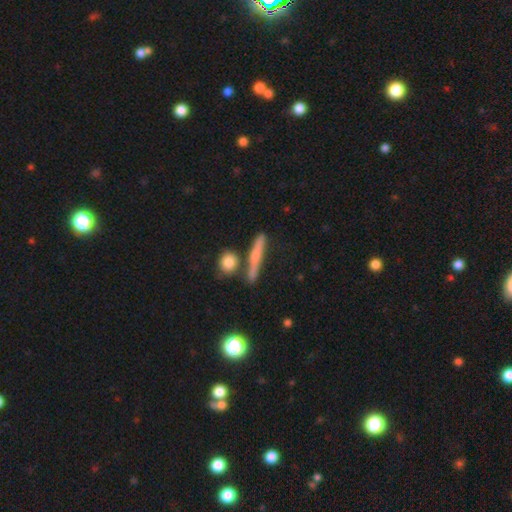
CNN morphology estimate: A smooth galaxy with no disk features (57%) that is cigar-shaped (82%).

Vote fractions:
- Smooth or featured? smooth: 57% / featured or disk: 33% / star or artifact: 10%
- How rounded? cigar-shaped: 82% / in between: 9% / round: 9%
- Merging? none: 74% / minor disturbance: 12% / merger: 10% / major disturbance: 4%